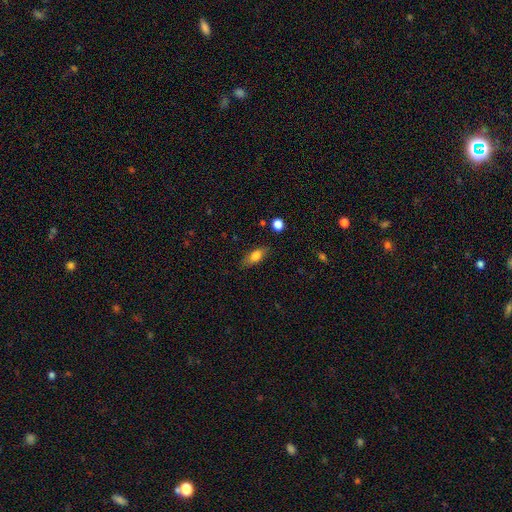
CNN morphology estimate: This appears to be a smooth galaxy with no disk features (76%) that is in between round and cigar-shaped (76%). Merging: none (78%).